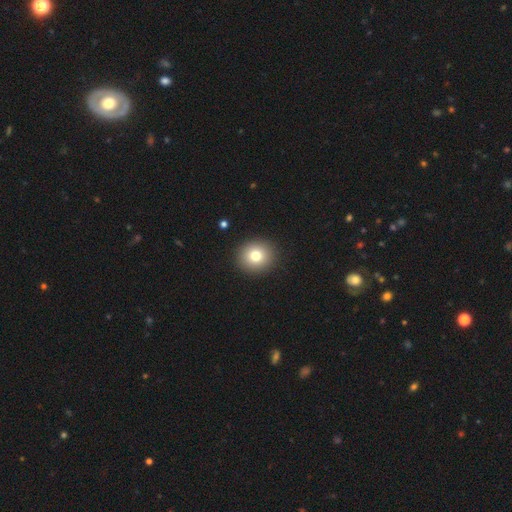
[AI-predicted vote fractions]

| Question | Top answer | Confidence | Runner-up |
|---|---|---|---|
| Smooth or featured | smooth | 78% | star or artifact (11%) |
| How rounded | round | 86% | in between (13%) |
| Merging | none | 92% | minor disturbance (5%) |